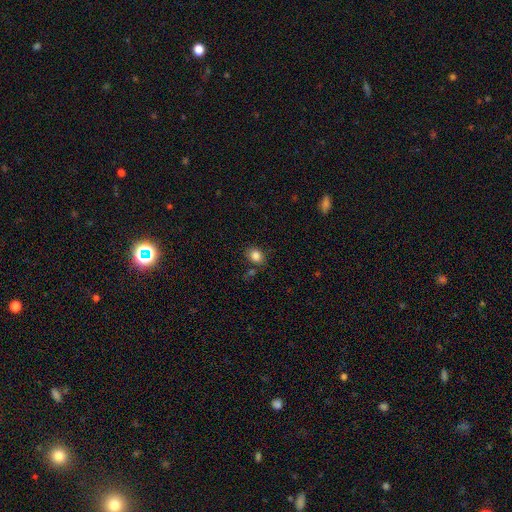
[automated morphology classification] A smooth galaxy with no disk features (84%) that is in between round and cigar-shaped (50%).

Vote fractions:
- Smooth or featured? smooth: 84% / star or artifact: 11% / featured or disk: 6%
- How rounded? in between: 50% / round: 49% / cigar-shaped: 1%
- Merging? none: 79% / minor disturbance: 13% / merger: 5% / major disturbance: 3%